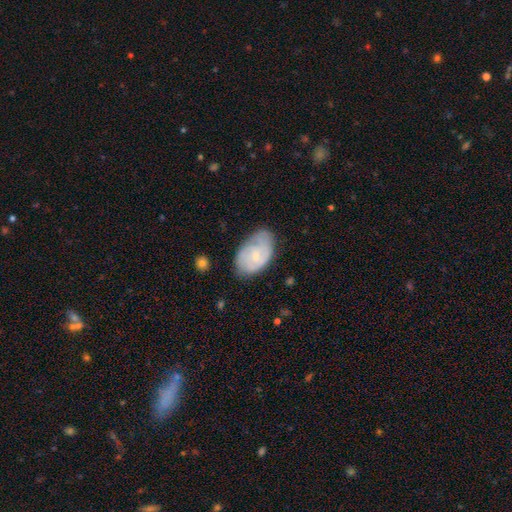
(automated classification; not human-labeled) This appears to be a featured or disk galaxy (52%). Merging: none (57%).